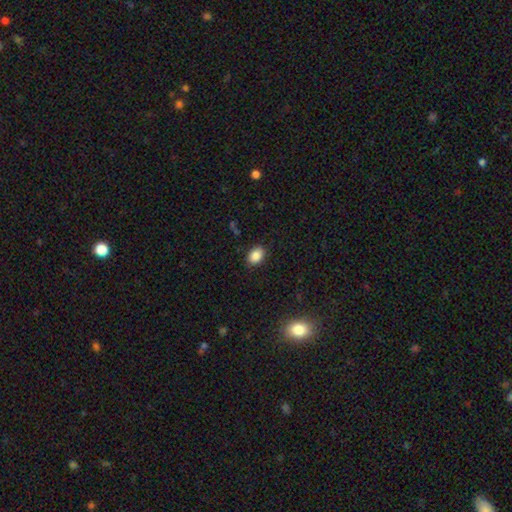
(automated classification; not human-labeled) smooth-or-featured: smooth: 87% | star or artifact: 9% | featured or disk: 4%
  how-rounded: in between: 78% | round: 21% | cigar-shaped: 1%
  merging: none: 87% | minor disturbance: 9% | major disturbance: 2% | merger: 1%